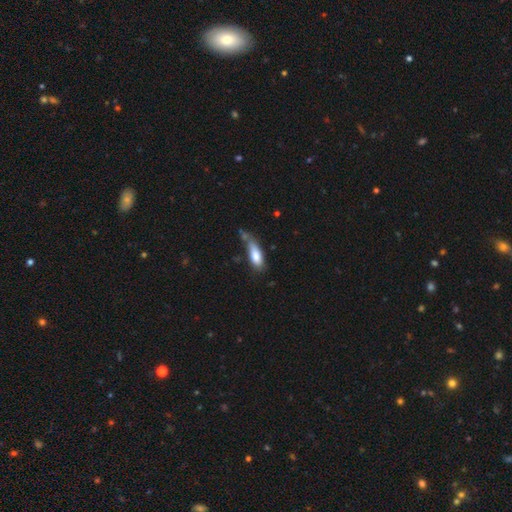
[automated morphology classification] smooth_or_featured: smooth (p=0.78) [alt: featured or disk p=0.15]
how_rounded: in between (p=0.64) [alt: cigar-shaped p=0.33]
merging: none (p=0.38) [alt: minor disturbance p=0.33]